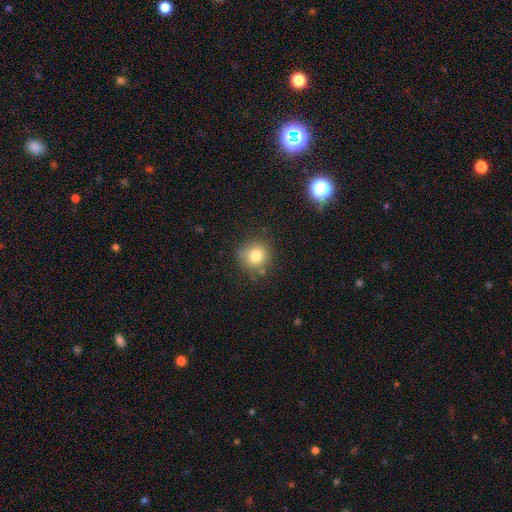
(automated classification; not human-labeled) Smooth or featured: smooth — 78% (star or artifact — 12%)
How rounded: round — 90% (in between — 9%)
Merging: none — 77% (minor disturbance — 15%)